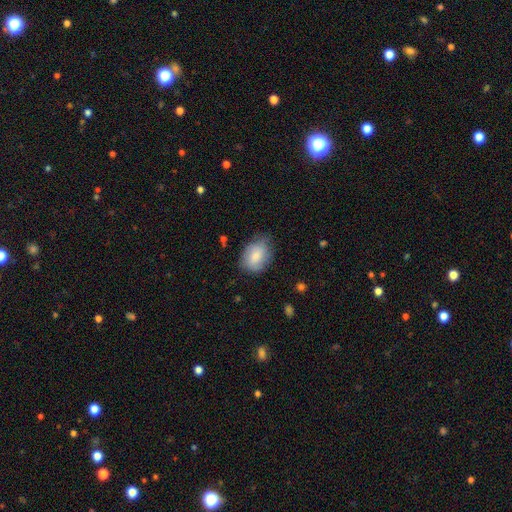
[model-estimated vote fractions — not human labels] Q: Smooth or featured?
A: smooth (80%); runner-up: featured or disk (13%)
Q: How rounded?
A: in between (70%); runner-up: round (29%)
Q: Merging?
A: none (64%); runner-up: minor disturbance (28%)